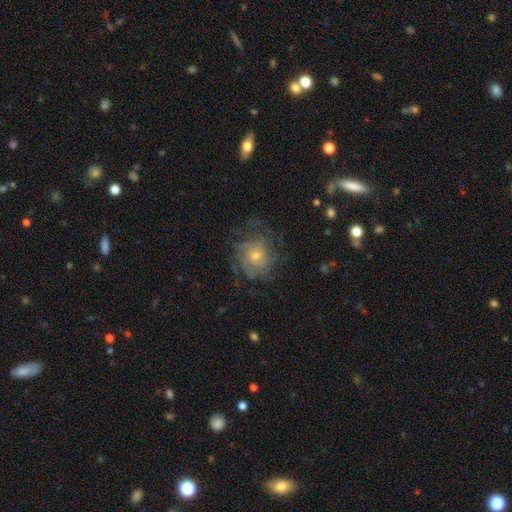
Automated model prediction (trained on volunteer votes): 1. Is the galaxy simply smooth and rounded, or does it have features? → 67% featured or disk, 21% smooth, 12% star or artifact.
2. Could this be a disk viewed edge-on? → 97% no, 3% yes.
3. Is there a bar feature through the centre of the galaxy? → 81% no, 17% weak, 3% strong.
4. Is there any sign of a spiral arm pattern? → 85% yes, 15% no.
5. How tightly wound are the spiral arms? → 53% tight, 32% medium, 15% loose.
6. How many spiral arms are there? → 47% can't tell, 15% 4, 14% 3, 10% 2, 8% more than 4, 6% 1.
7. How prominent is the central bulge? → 56% small, 39% moderate, 3% large, 2% none, 1% dominant.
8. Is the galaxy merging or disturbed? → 65% none, 19% minor disturbance, 15% major disturbance, 1% merger.